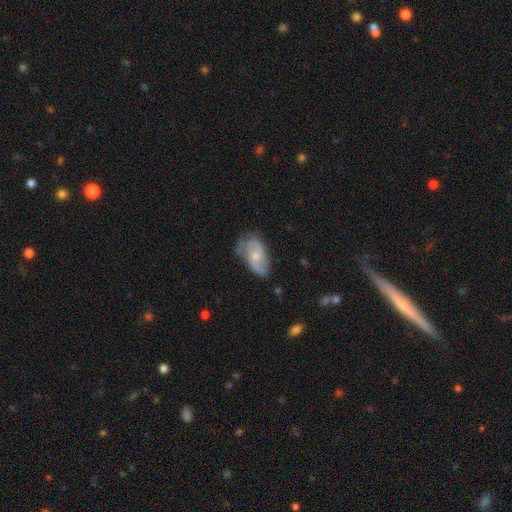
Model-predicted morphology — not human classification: This is possibly a featured or disk galaxy (55%). It is clearly not viewed edge-on (94%). Bar: likely no (70%). Spiral arm pattern: likely yes (74%). Central bulge: possibly small (51%). Merging: possibly none (51%).